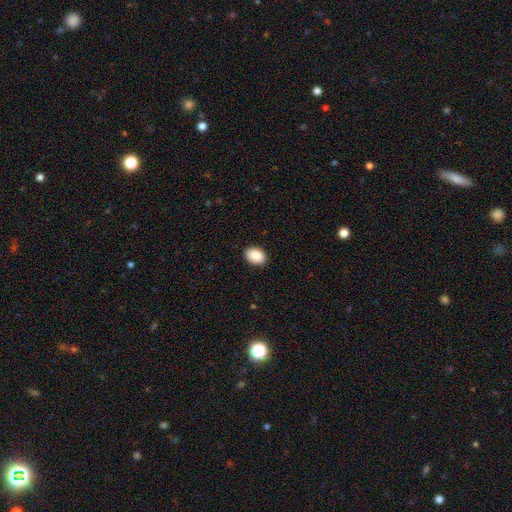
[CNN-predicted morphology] This is clearly a smooth galaxy (90%). How rounded: likely in between (80%). Merging: clearly none (90%).